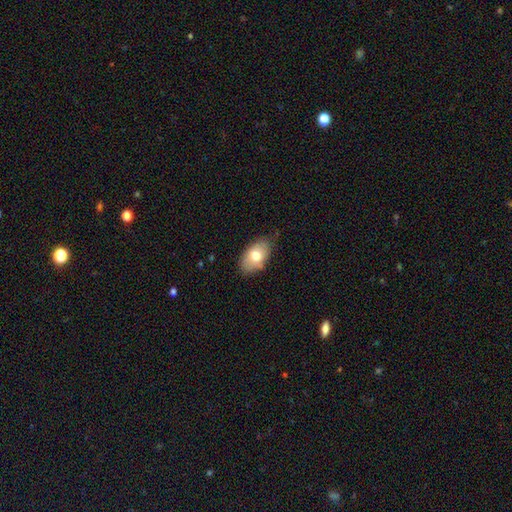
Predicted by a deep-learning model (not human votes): Smooth or featured: smooth — 74% (featured or disk — 19%)
How rounded: in between — 92% (round — 7%)
Merging: none — 76% (minor disturbance — 19%)